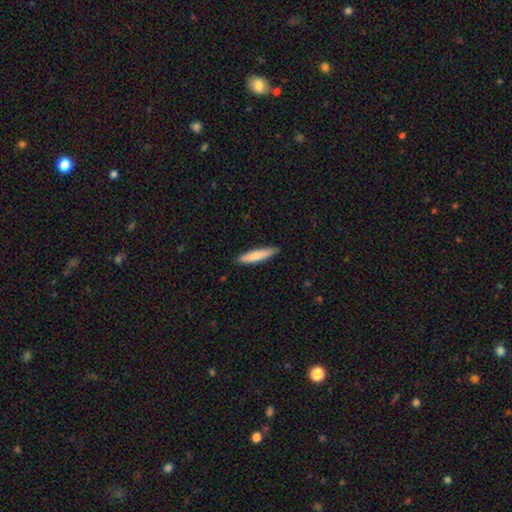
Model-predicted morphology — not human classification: smooth-or-featured: smooth: 79% | featured or disk: 16% | star or artifact: 5%
  how-rounded: cigar-shaped: 88% | in between: 11% | round: 1%
  merging: none: 90% | minor disturbance: 8% | major disturbance: 1% | merger: 1%